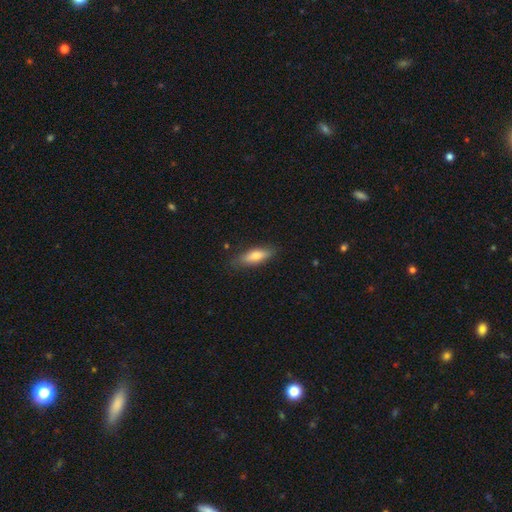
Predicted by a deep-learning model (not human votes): A smooth galaxy with no disk features (72%) that is in between round and cigar-shaped (55%). Merging: none (82%).